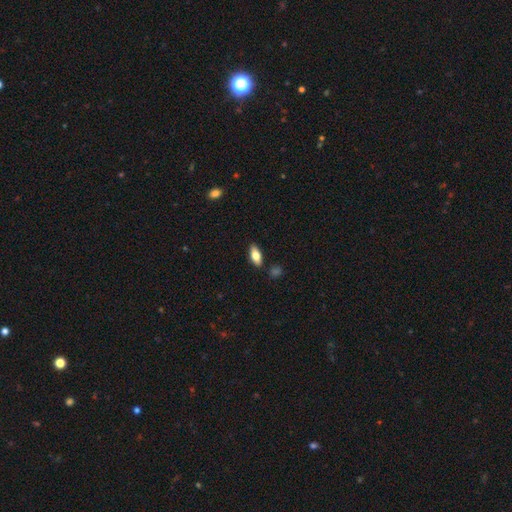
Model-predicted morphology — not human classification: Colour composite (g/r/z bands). It shows a smooth galaxy with no disk features (74%) that is in between round and cigar-shaped (81%). Merging: none (86%).